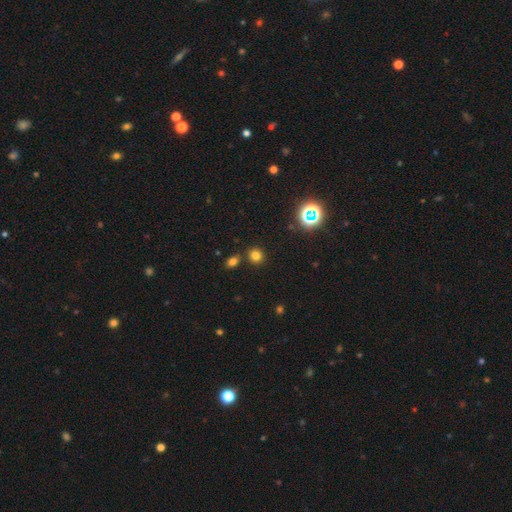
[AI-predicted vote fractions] This appears to be a smooth galaxy with no disk features (74%) that is round (80%). Merging: none (79%).